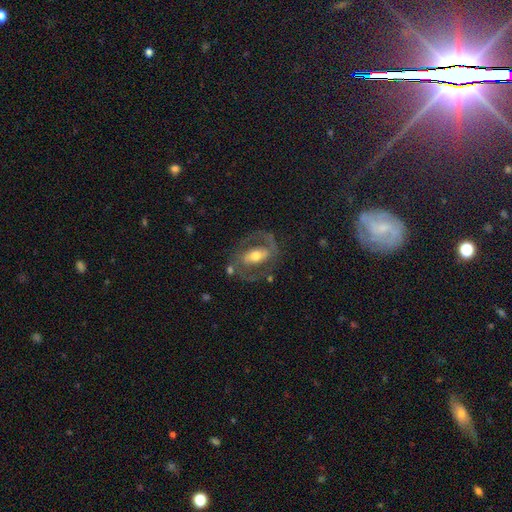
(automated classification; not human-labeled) A featured or disk galaxy (79%) with a strong bar (41%), 2 (86%) medium (52%) spiral arms (83%) and a moderate central bulge (65%).

Vote fractions:
- Smooth or featured? featured or disk: 79% / smooth: 15% / star or artifact: 6%
- Edge-on disk? no: 95% / yes: 5%
- Bar? strong: 41% / weak: 34% / no: 25%
- Spiral arms? yes: 83% / no: 17%
- Spiral winding? medium: 52% / tight: 25% / loose: 22%
- Spiral arm count? 2: 86% / can't tell: 6% / 1: 5% / 3: 1% / 4: 1% / more than 4: 1%
- Bulge size? moderate: 65% / small: 19% / large: 13% / dominant: 1% / none: 1%
- Merging? none: 70% / minor disturbance: 15% / major disturbance: 12% / merger: 3%